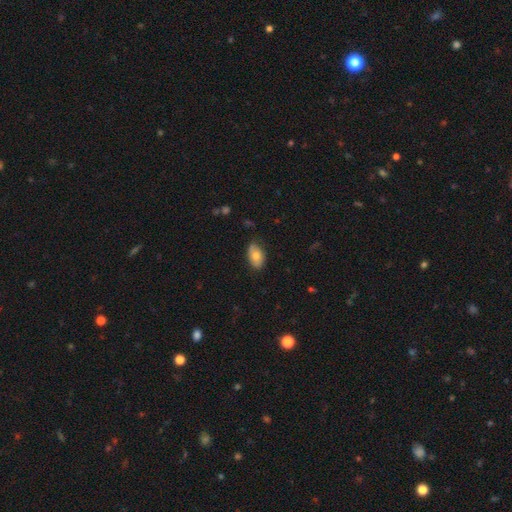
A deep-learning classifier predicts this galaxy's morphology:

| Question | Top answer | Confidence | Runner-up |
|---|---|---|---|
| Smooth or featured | smooth | 76% | featured or disk (17%) |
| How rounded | in between | 92% | round (6%) |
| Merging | none | 78% | minor disturbance (18%) |